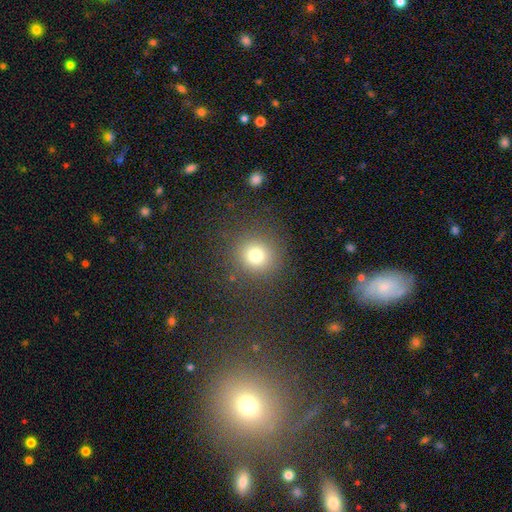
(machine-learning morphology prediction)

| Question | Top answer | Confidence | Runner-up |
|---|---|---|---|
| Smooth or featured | smooth | 76% | star or artifact (16%) |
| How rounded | round | 91% | in between (8%) |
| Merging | none | 86% | minor disturbance (7%) |